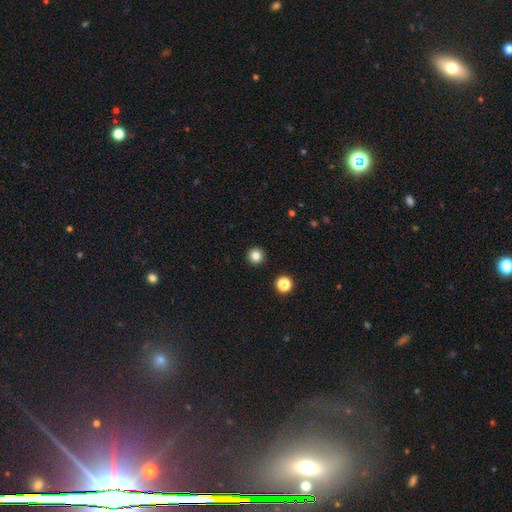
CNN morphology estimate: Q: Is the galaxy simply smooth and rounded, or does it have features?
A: smooth — 83%.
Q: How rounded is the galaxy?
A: round — 96%.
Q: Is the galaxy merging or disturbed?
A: none — 94%.